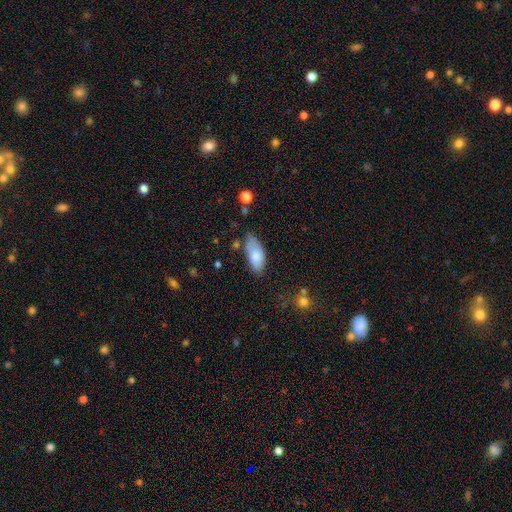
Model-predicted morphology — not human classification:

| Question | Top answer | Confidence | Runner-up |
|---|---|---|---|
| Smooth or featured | smooth | 78% | featured or disk (15%) |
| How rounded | in between | 89% | cigar-shaped (9%) |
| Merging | none | 65% | minor disturbance (26%) |